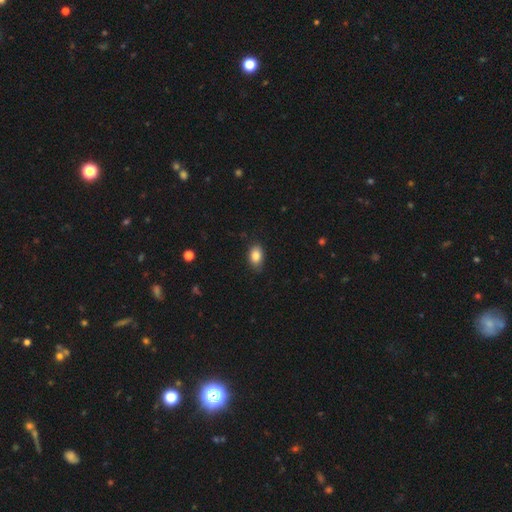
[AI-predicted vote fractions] The model was most divided on "merging": none: 82%, minor disturbance: 14%, major disturbance: 3%, merger: 1%. More confident: how rounded — in between (87%); smooth or featured — smooth (84%).